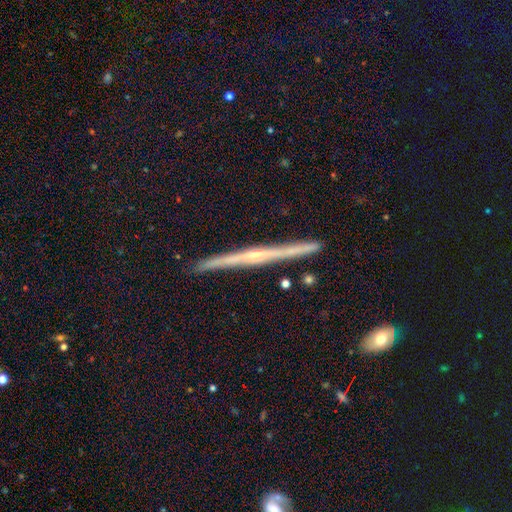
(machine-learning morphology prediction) Overall: featured or disk (69%). Edge-on disk: yes (96%). Edge-on bulge: rounded (61%; none 27%). Merging: none (90%).